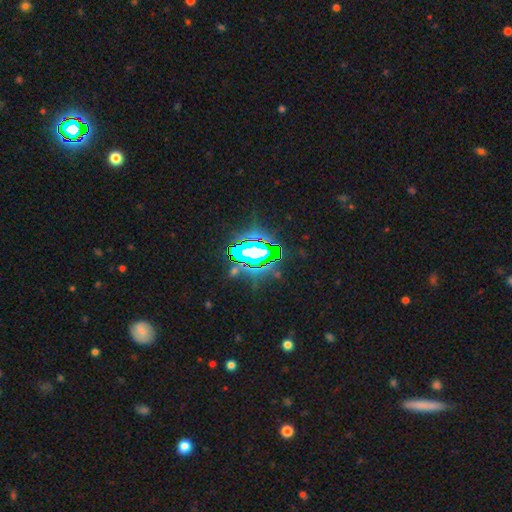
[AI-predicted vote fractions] The model was most divided on "smooth or featured": star or artifact: 72%, featured or disk: 16%, smooth: 12%.